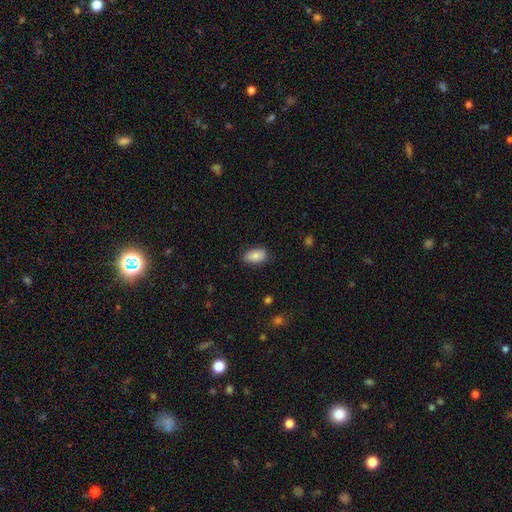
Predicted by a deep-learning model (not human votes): Smooth or featured: smooth — 84% (featured or disk — 8%)
How rounded: in between — 92% (round — 5%)
Merging: none — 83% (minor disturbance — 13%)